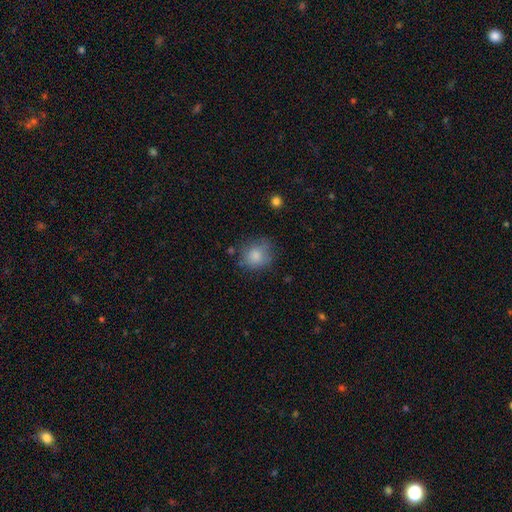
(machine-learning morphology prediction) Smooth or featured? smooth (83%)
How rounded? round (78%)
Merging? none (67%)